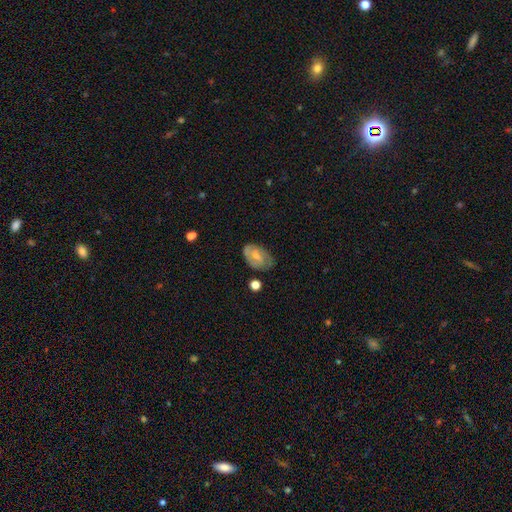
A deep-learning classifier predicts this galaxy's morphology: smooth_or_featured: featured or disk (p=0.56) [alt: smooth p=0.36]
disk_edge_on: no (p=0.96) [alt: yes p=0.04]
bar: weak (p=0.48) [alt: no p=0.39]
has_spiral_arms: yes (p=0.79) [alt: no p=0.21]
bulge_size: small (p=0.47) [alt: moderate p=0.32]
merging: none (p=0.64) [alt: minor disturbance p=0.25]